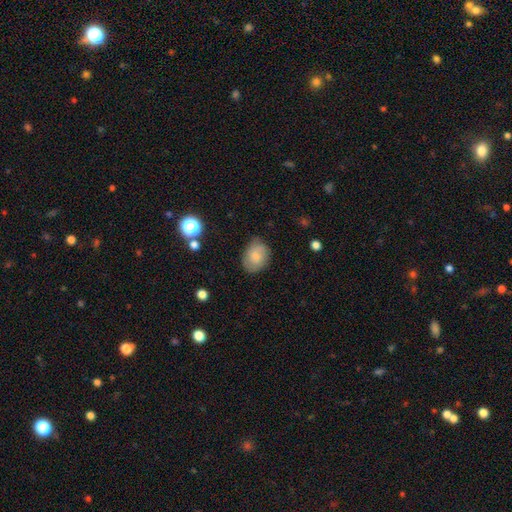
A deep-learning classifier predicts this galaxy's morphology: A smooth galaxy with no disk features (75%) that is in between round and cigar-shaped (61%).

Vote fractions:
- Smooth or featured? smooth: 75% / featured or disk: 17% / star or artifact: 8%
- How rounded? in between: 61% / round: 38% / cigar-shaped: 1%
- Merging? none: 74% / minor disturbance: 20% / major disturbance: 4% / merger: 1%